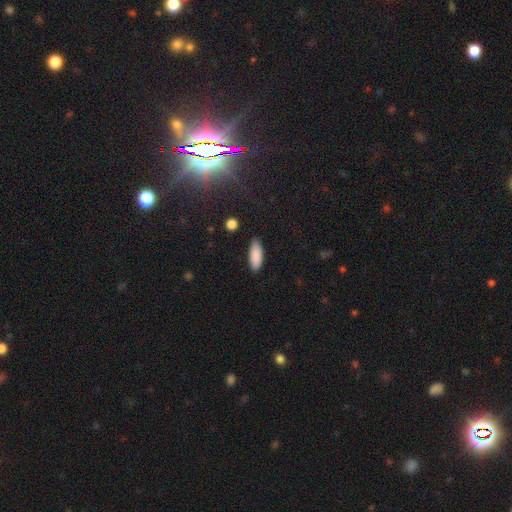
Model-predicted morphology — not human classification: A smooth galaxy with no disk features (89%) that is in between round and cigar-shaped (70%). Merging: none (86%).